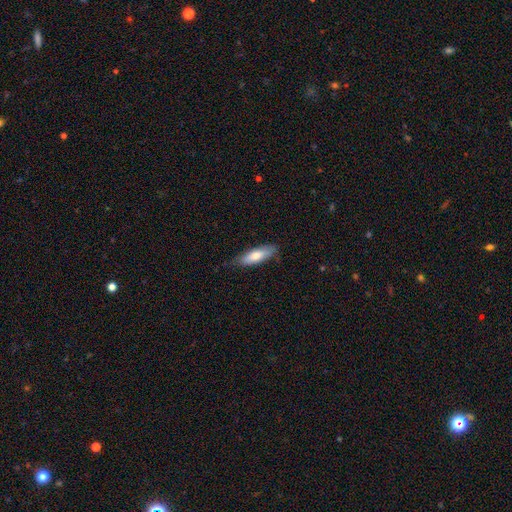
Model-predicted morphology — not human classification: type=smooth (70%); roundness=cigar-shaped (49%, tied with in between); merging=none (76%).